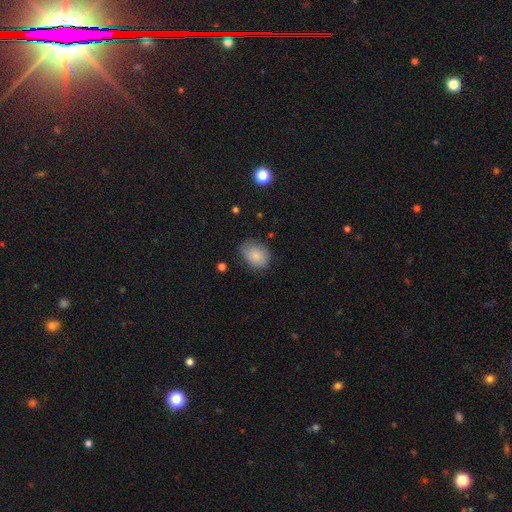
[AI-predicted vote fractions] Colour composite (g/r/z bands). It shows a smooth galaxy with no disk features (84%) that is in between round and cigar-shaped (67%). Merging: none (65%).